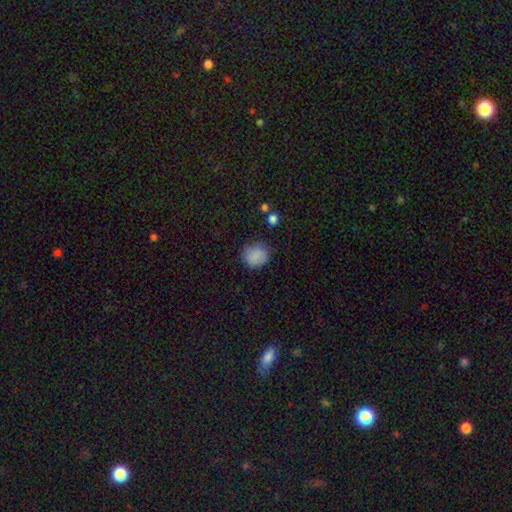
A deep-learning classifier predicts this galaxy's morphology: Overall: smooth (85%). How rounded: round (80%). Merging: none (78%).